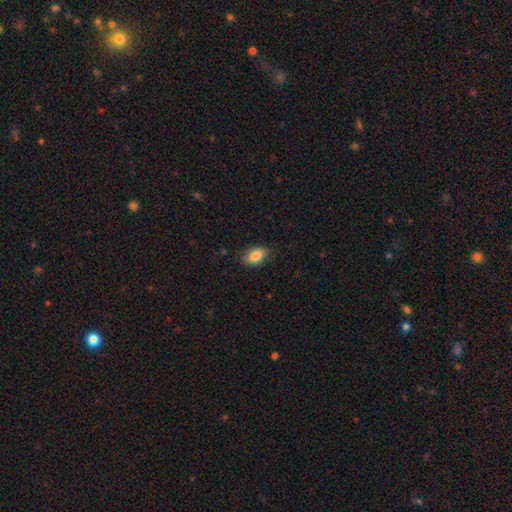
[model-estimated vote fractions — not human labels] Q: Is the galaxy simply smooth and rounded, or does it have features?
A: smooth — 86%.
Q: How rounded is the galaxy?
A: in between — 88%.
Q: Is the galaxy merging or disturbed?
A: none — 81%.